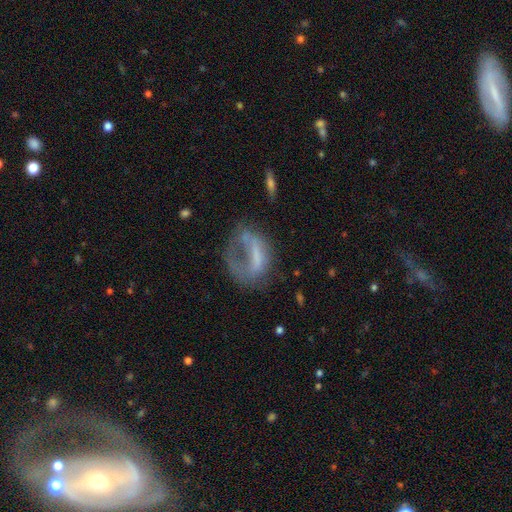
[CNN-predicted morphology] This is possibly a featured or disk galaxy (48%). Merging: possibly major disturbance (48%).